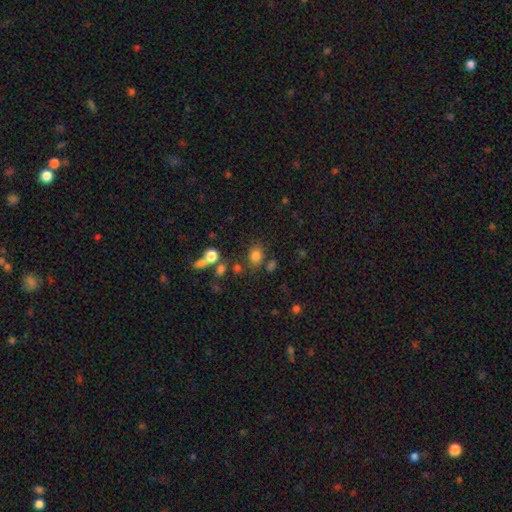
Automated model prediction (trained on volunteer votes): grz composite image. It shows a smooth galaxy with no disk features (77%) that is in between round and cigar-shaped (58%). Merging: none (69%).